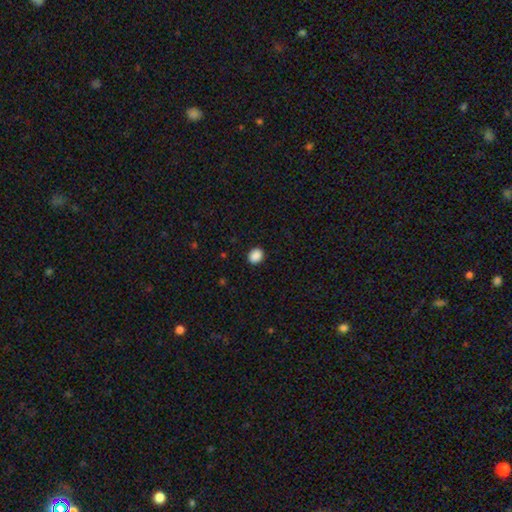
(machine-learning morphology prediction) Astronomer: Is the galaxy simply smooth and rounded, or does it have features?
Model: smooth — 89%.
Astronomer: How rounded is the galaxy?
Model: round — 66%.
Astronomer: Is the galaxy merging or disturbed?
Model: none — 91%.